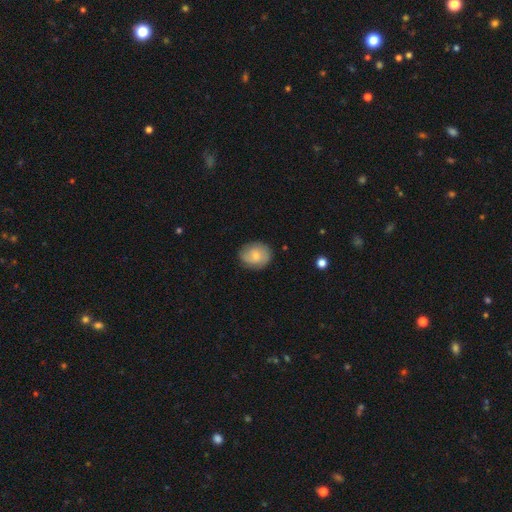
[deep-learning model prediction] smooth-or-featured: smooth: 64% | featured or disk: 28% | star or artifact: 7%
  how-rounded: round: 60% | in between: 39% | cigar-shaped: 1%
  merging: none: 79% | minor disturbance: 16% | major disturbance: 4% | merger: 1%